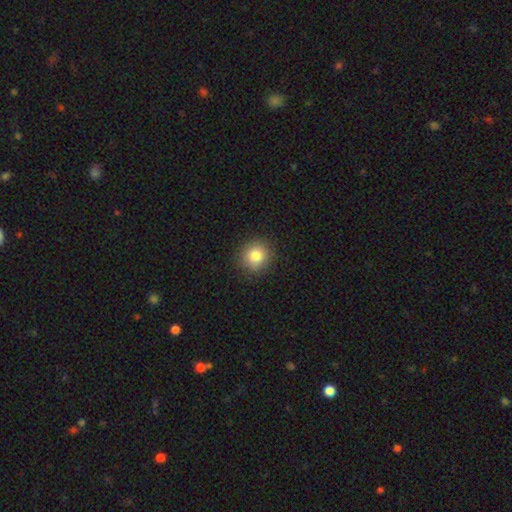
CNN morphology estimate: A smooth galaxy with no disk features (82%) that is round (90%). Merging: none (89%).